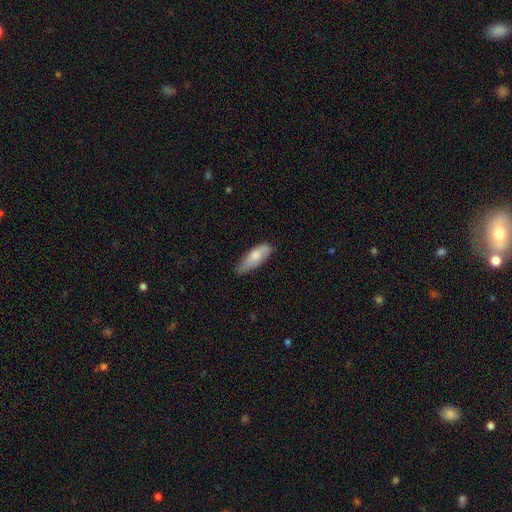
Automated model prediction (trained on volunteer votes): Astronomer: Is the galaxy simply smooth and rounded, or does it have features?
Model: smooth — 74%.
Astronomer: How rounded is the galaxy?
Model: in between — 62%.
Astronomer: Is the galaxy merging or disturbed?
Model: none — 55% (runner-up: minor disturbance, 36%).